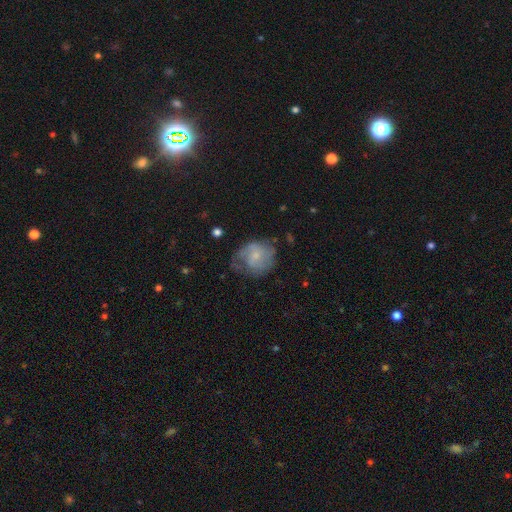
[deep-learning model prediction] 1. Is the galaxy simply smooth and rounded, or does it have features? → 49% smooth, 43% featured or disk, 8% star or artifact.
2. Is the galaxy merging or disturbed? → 45% none, 30% minor disturbance, 23% major disturbance, 2% merger.